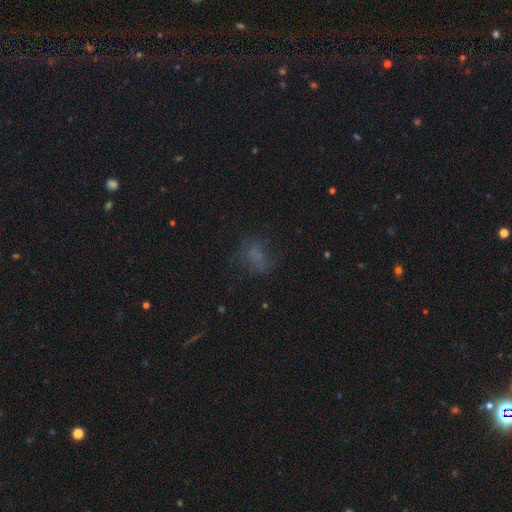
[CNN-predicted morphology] This appears to be a smooth galaxy with no disk features (56%) that is in between round and cigar-shaped (68%). Merging: none (55%).